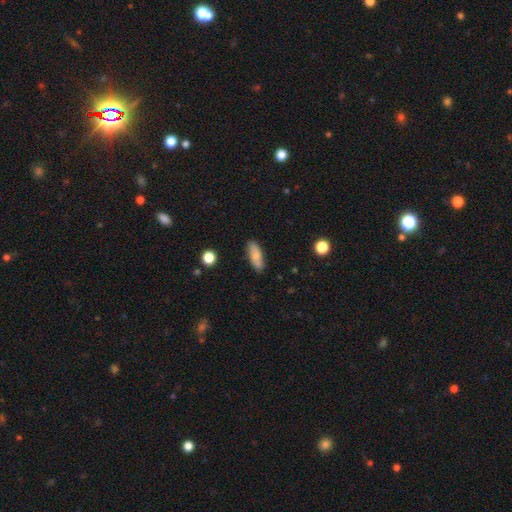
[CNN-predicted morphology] type=smooth (80%); roundness=in between (65%); merging=none (86%).